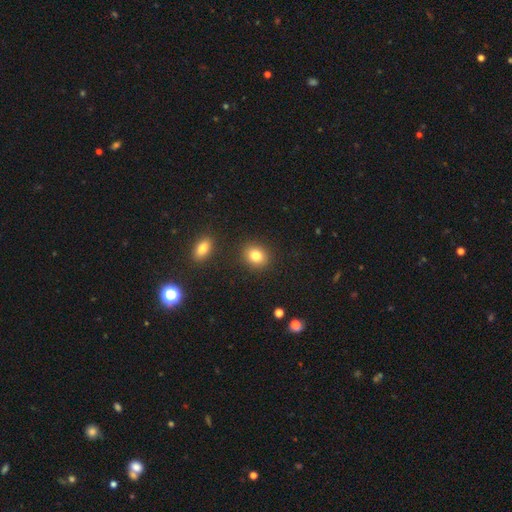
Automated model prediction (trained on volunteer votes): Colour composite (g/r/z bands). It shows a smooth galaxy with no disk features (82%) that is round (61%). Merging: none (87%).